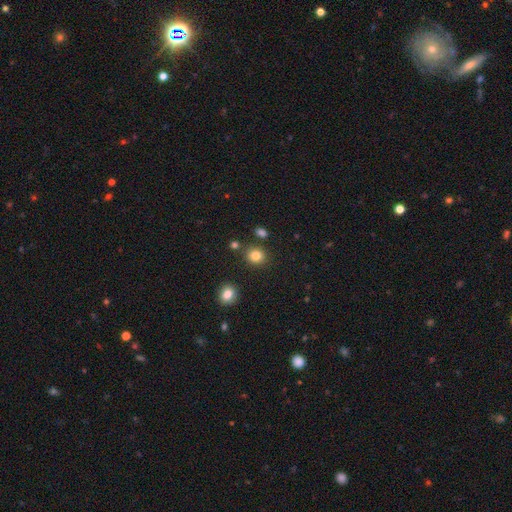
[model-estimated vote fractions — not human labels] A smooth galaxy with no disk features (83%) that is round (78%).

Vote fractions:
- Smooth or featured? smooth: 83% / star or artifact: 12% / featured or disk: 5%
- How rounded? round: 78% / in between: 21% / cigar-shaped: 1%
- Merging? none: 83% / minor disturbance: 8% / merger: 6% / major disturbance: 3%